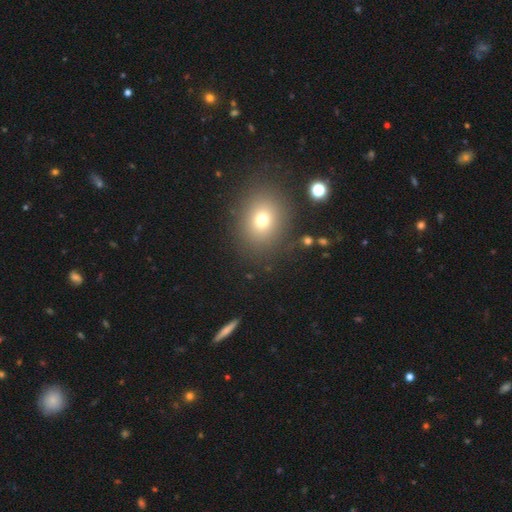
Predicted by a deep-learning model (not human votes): Morphology: type=smooth (65%); roundness=round (58%); merging=none (88%).